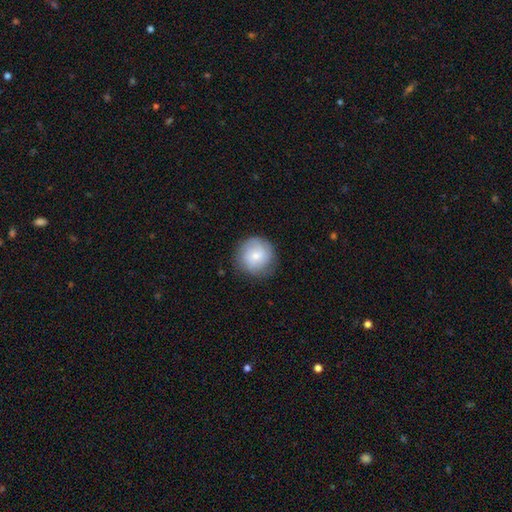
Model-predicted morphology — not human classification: This is likely a smooth galaxy (67%). How rounded: clearly round (93%). Merging: clearly none (81%).